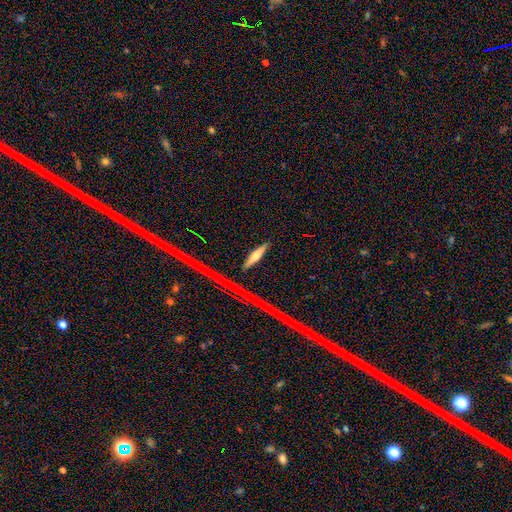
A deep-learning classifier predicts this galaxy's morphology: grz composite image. It shows a smooth galaxy with no disk features (51%) that is cigar-shaped (79%). Merging: none (86%).